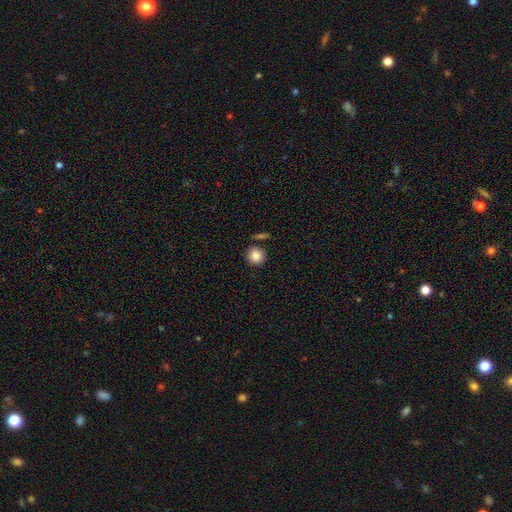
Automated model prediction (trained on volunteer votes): Smooth or featured? Predicted: smooth (p=0.86). How rounded? Predicted: round (p=0.86). Merging? Predicted: none (p=0.82).